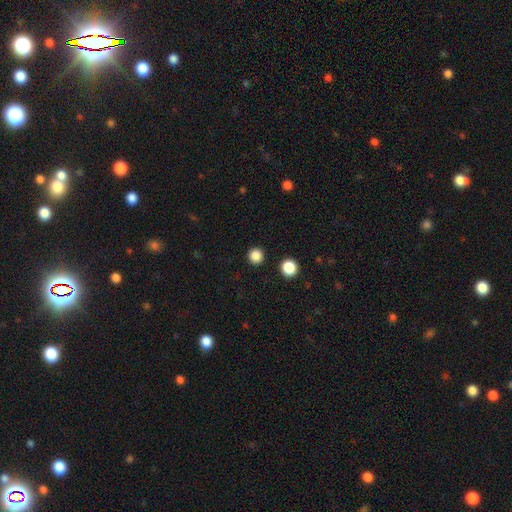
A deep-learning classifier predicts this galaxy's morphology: Smooth or featured? Predicted: smooth (p=0.86). How rounded? Predicted: round (p=0.95). Merging? Predicted: none (p=0.92).